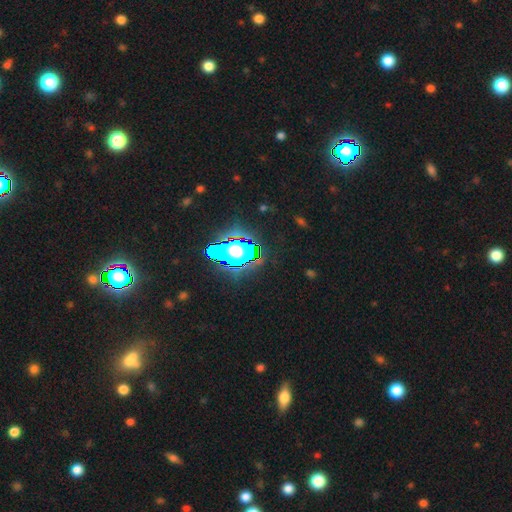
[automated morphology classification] This appears to be a star or artifact, not a galaxy (71%).